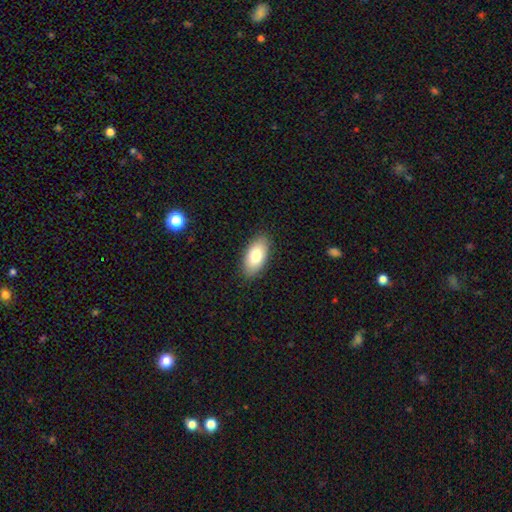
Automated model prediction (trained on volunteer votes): Morphology: type=smooth (81%); roundness=in between (93%); merging=none (88%).